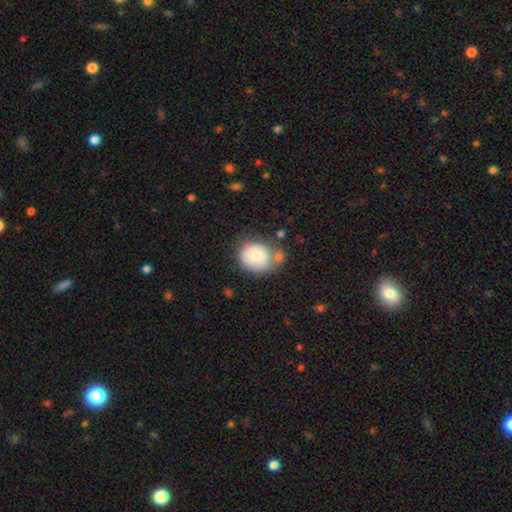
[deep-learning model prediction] A smooth galaxy with no disk features (75%) that is round (73%).

Vote fractions:
- Smooth or featured? smooth: 75% / featured or disk: 17% / star or artifact: 7%
- How rounded? round: 73% / in between: 27% / cigar-shaped: 1%
- Merging? none: 51% / minor disturbance: 21% / merger: 19% / major disturbance: 8%